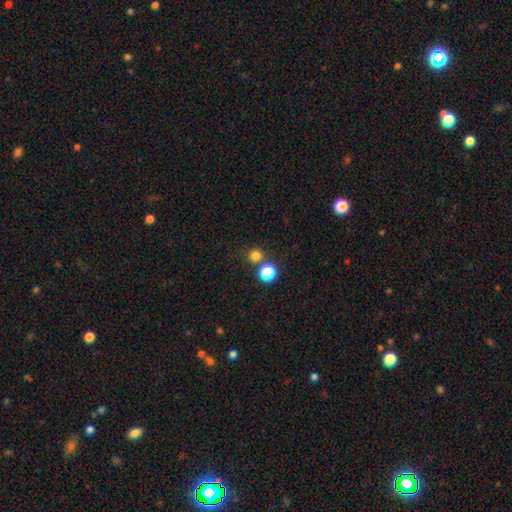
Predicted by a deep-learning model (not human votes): Smooth or featured? smooth (78%)
How rounded? round (91%)
Merging? none (73%)